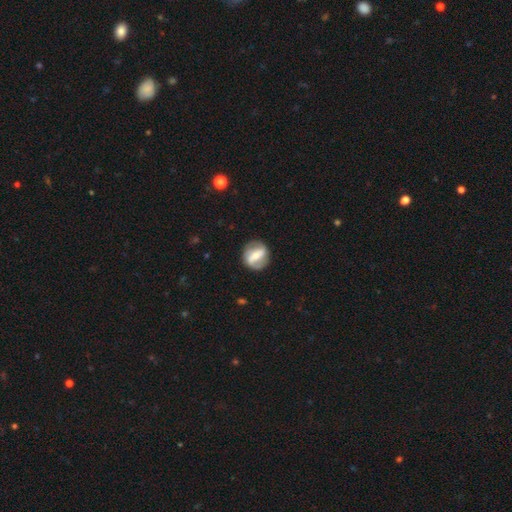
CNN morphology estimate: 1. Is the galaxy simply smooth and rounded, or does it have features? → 68% featured or disk, 26% smooth, 6% star or artifact.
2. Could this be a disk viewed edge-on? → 93% no, 7% yes.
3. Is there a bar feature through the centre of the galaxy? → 67% strong, 24% weak, 9% no.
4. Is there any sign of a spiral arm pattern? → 67% yes, 33% no.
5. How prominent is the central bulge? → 44% moderate, 40% small, 8% large, 5% none, 2% dominant.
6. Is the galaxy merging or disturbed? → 81% none, 13% minor disturbance, 5% major disturbance, 1% merger.